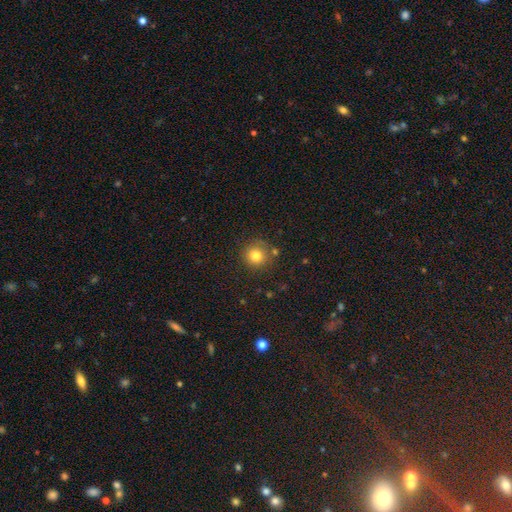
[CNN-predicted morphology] The model was most divided on "smooth or featured": smooth: 80%, star or artifact: 13%, featured or disk: 7%. More confident: how rounded — round (93%); merging — none (80%).